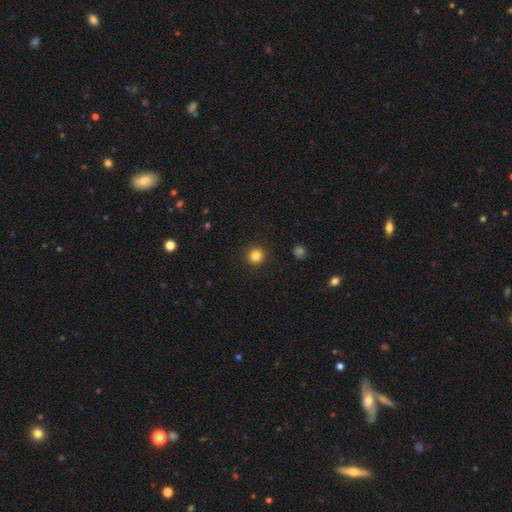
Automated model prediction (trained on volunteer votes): Smooth or featured: smooth — 84% (star or artifact — 12%)
How rounded: round — 94% (in between — 5%)
Merging: none — 92% (minor disturbance — 5%)